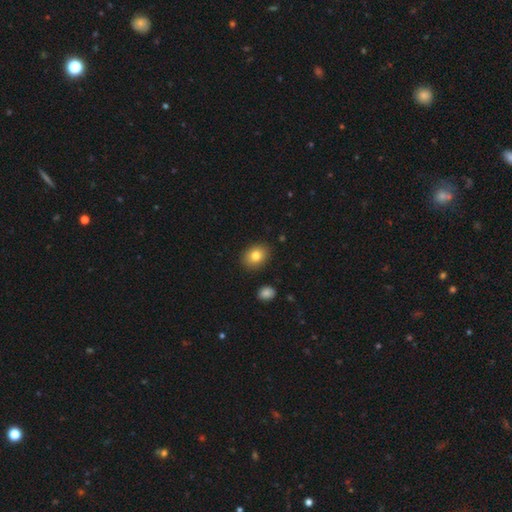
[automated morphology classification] Smooth or featured?
  - smooth: 81% *
  - featured or disk: 10%
  - star or artifact: 9%
How rounded?
  - in between: 64% *
  - round: 35%
  - cigar-shaped: 1%
Merging?
  - none: 88% *
  - minor disturbance: 8%
  - major disturbance: 2%
  - merger: 2%